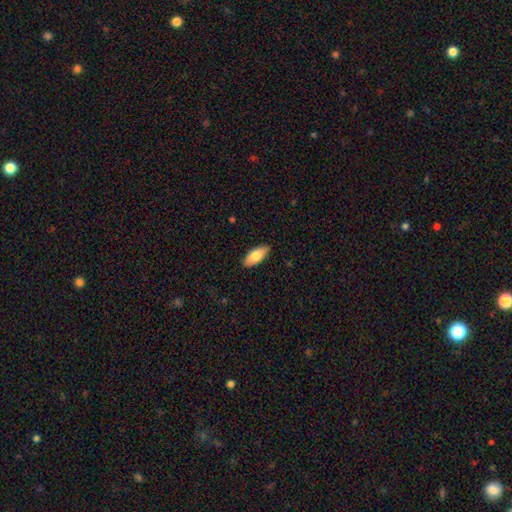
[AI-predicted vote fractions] Morphology: type=smooth (77%); roundness=in between (87%); merging=none (89%).